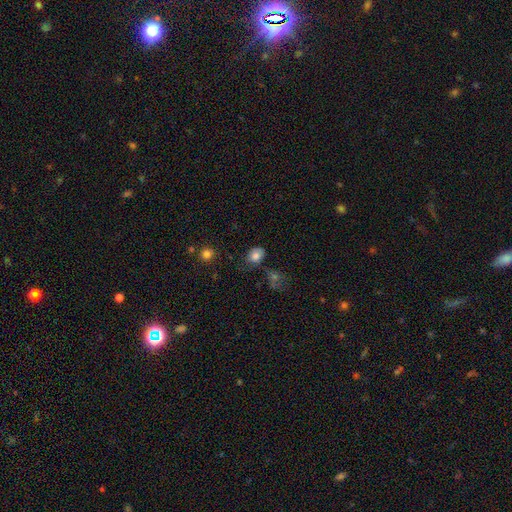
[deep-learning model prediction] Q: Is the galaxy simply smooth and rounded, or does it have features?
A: smooth — 79%.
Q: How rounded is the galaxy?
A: in between — 63%.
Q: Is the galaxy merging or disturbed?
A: none — 63%.